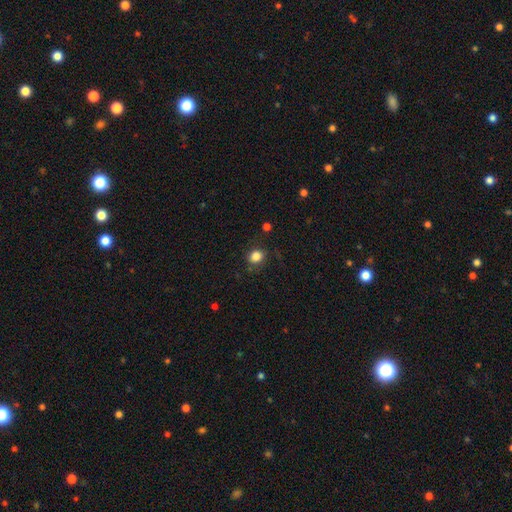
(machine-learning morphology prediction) Q: Smooth or featured?
A: smooth (84%); runner-up: star or artifact (11%)
Q: How rounded?
A: round (64%); runner-up: in between (35%)
Q: Merging?
A: none (77%); runner-up: minor disturbance (16%)